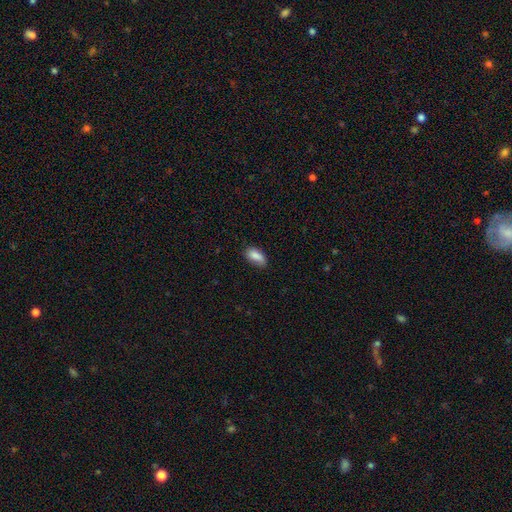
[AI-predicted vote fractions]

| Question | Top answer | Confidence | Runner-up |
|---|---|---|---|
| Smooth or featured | smooth | 86% | star or artifact (8%) |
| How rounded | in between | 88% | cigar-shaped (8%) |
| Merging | none | 68% | minor disturbance (25%) |